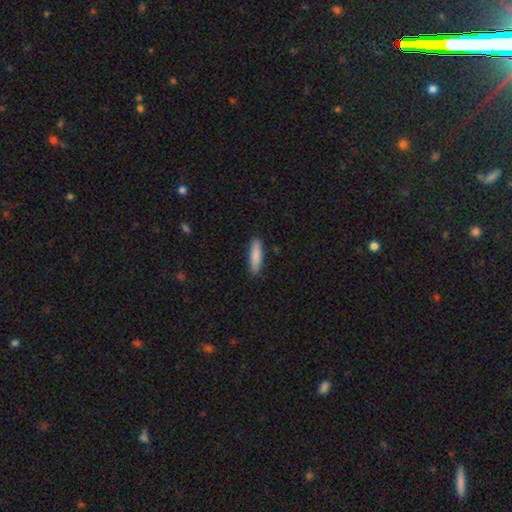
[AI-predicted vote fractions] Smooth or featured? Predicted: smooth (p=0.87). How rounded? Predicted: cigar-shaped (p=0.67). Merging? Predicted: none (p=0.89).